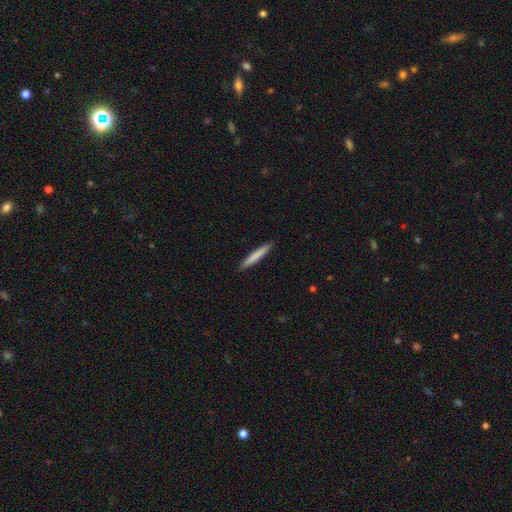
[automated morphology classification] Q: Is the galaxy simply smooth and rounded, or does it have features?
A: smooth — 76%.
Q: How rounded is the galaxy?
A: cigar-shaped — 96%.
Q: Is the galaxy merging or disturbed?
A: none — 91%.